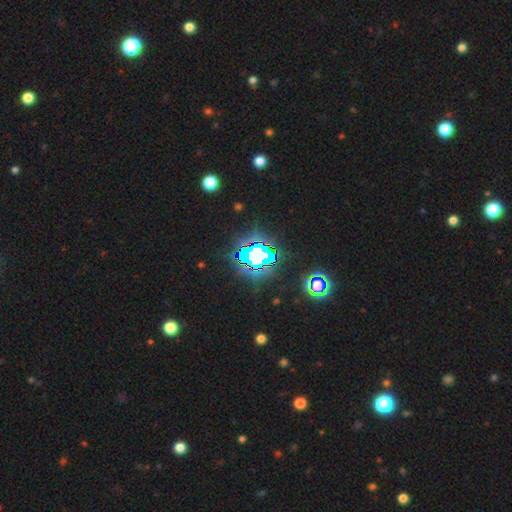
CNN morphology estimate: Smooth or featured? Predicted: star or artifact (p=0.66).